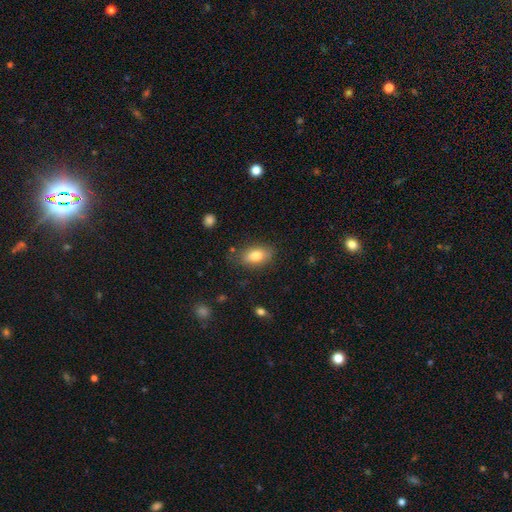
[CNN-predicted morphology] Smooth or featured: smooth — 80% (featured or disk — 12%)
How rounded: in between — 88% (round — 8%)
Merging: none — 77% (minor disturbance — 17%)